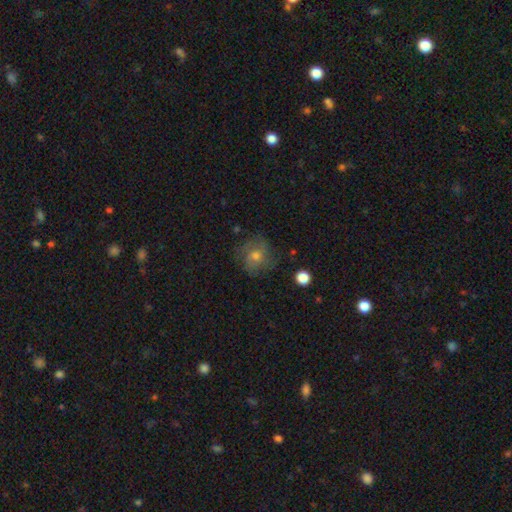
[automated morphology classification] Smooth or featured? Predicted: smooth (p=0.52). How rounded? Predicted: round (p=0.79). Merging? Predicted: none (p=0.65).